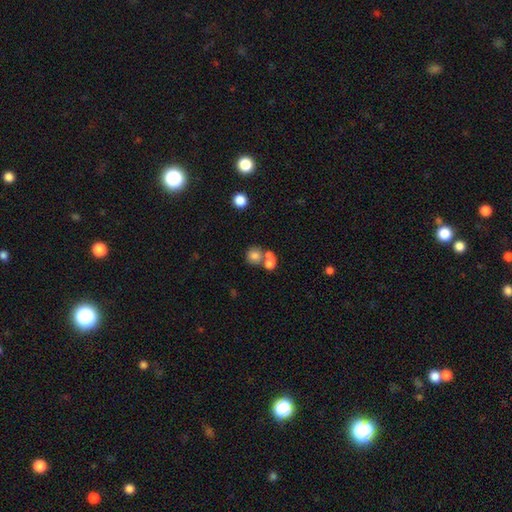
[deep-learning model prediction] Smooth or featured? Predicted: smooth (p=0.71). How rounded? Predicted: round (p=0.79). Merging? Predicted: merger (p=0.52).